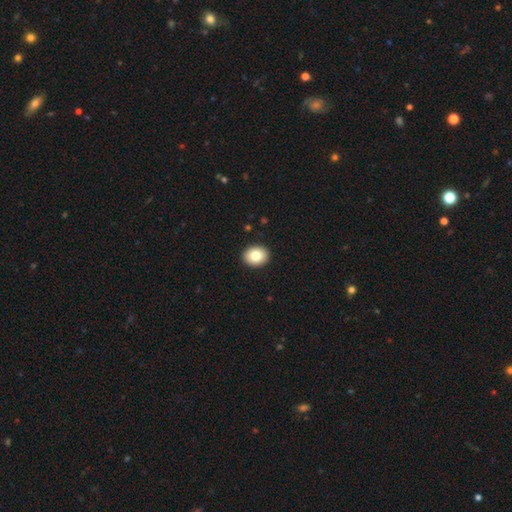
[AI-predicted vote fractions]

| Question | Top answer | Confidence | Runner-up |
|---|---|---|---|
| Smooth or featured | smooth | 82% | featured or disk (10%) |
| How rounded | round | 52% | in between (47%) |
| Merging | none | 92% | minor disturbance (5%) |